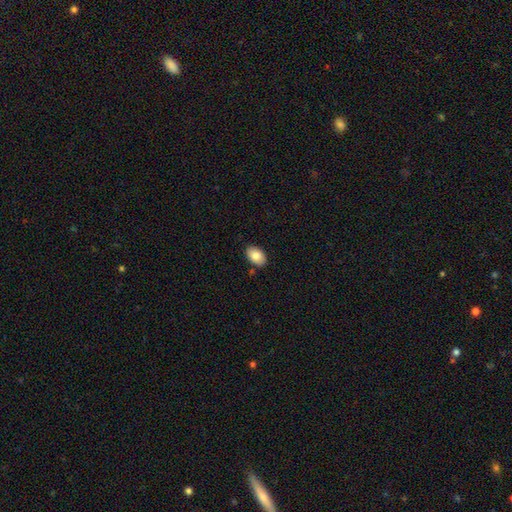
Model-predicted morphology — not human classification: Smooth or featured: smooth — 84% (featured or disk — 9%)
How rounded: in between — 92% (round — 7%)
Merging: none — 85% (minor disturbance — 10%)